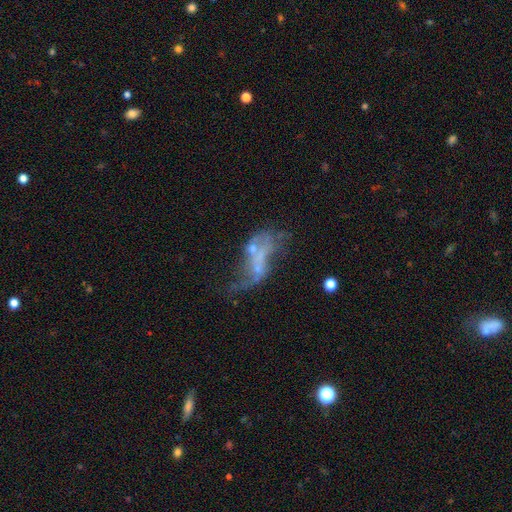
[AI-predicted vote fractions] Morphology: type=featured or disk (57%); edge-on=no (89%); bar=no (73%); spiral arms=no (68%); bulge=none (61%); merging=major disturbance (36%).